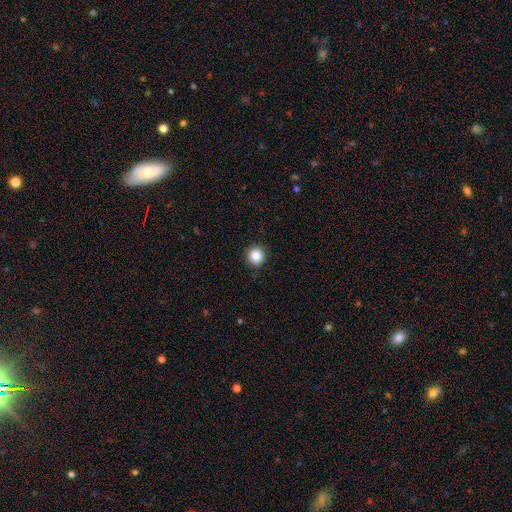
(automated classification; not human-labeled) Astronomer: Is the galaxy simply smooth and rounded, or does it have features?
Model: smooth — 85%.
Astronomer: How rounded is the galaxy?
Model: round — 95%.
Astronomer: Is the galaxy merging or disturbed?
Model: none — 91%.